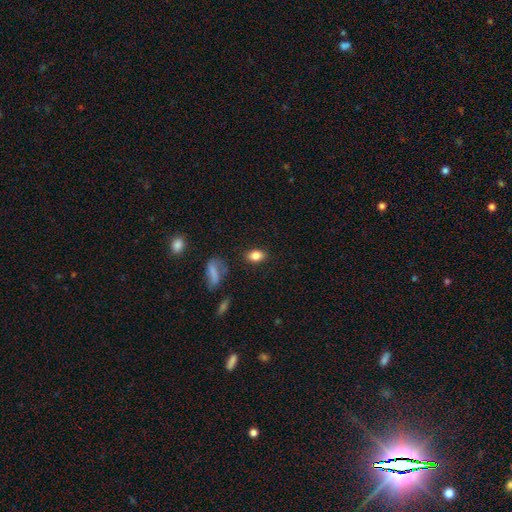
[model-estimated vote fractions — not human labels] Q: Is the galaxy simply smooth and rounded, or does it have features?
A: smooth — 83%.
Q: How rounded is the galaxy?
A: in between — 85%.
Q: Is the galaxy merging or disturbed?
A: none — 84%.